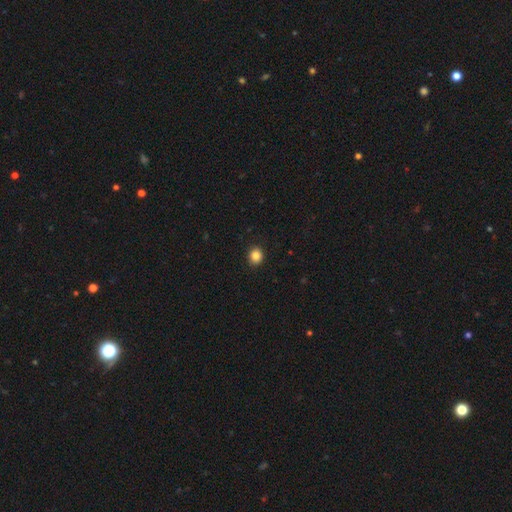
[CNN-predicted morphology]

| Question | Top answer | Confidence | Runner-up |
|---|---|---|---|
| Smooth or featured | smooth | 85% | star or artifact (10%) |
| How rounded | round | 75% | in between (24%) |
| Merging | none | 91% | minor disturbance (7%) |